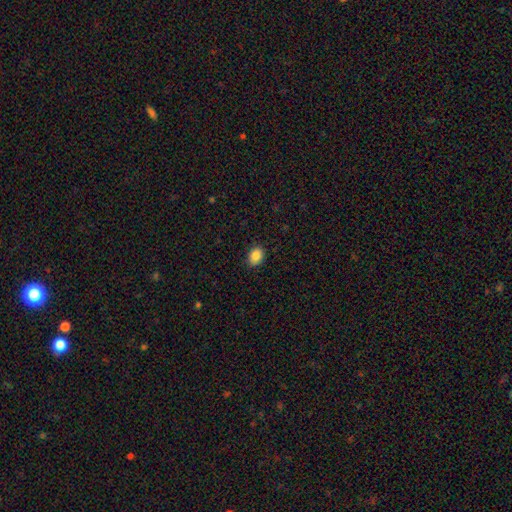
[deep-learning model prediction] Smooth or featured? Predicted: smooth (p=0.87). How rounded? Predicted: in between (p=0.66). Merging? Predicted: none (p=0.88).